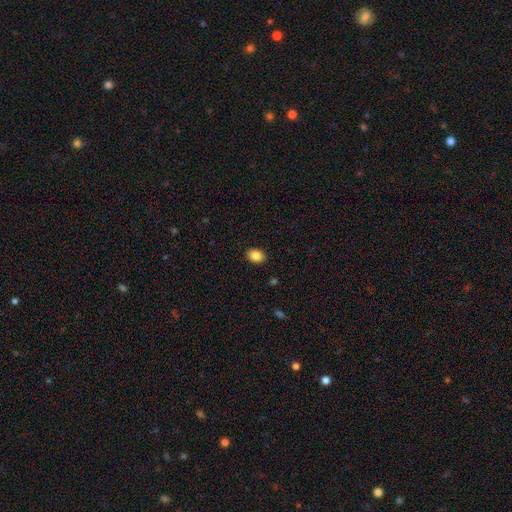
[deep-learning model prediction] Smooth or featured? smooth (86%)
How rounded? in between (62%)
Merging? none (90%)